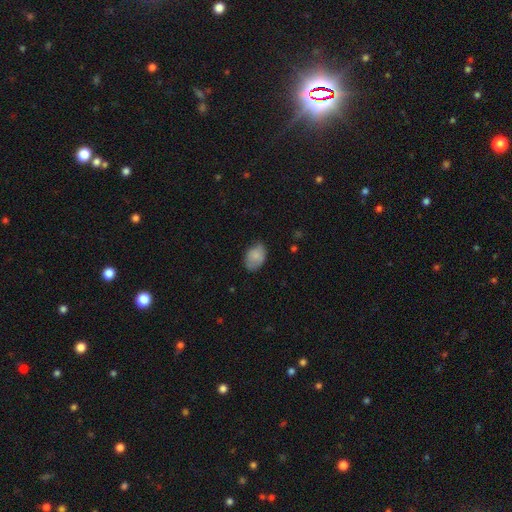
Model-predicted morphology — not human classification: Smooth or featured: smooth — 82% (featured or disk — 10%)
How rounded: in between — 82% (round — 17%)
Merging: none — 68% (minor disturbance — 26%)